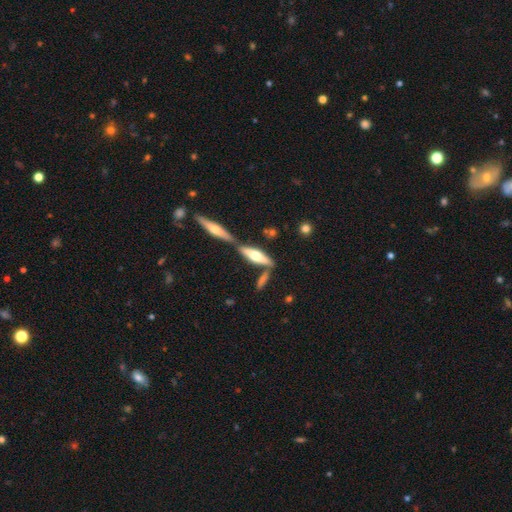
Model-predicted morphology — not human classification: The model was most divided on "smooth or featured" (2-way tie): featured or disk: 47%, smooth: 47%, star or artifact: 6%. More confident: merging — none (57%).